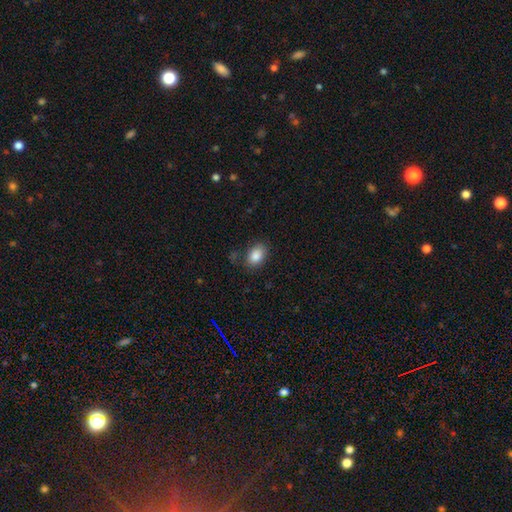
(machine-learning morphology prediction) This is clearly a smooth galaxy (86%). How rounded: clearly in between (82%). Merging: likely none (78%).